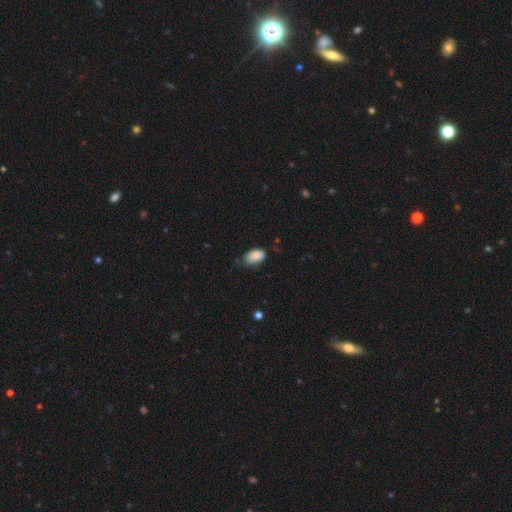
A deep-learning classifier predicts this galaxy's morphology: type=smooth (87%); roundness=in between (92%); merging=none (57%).